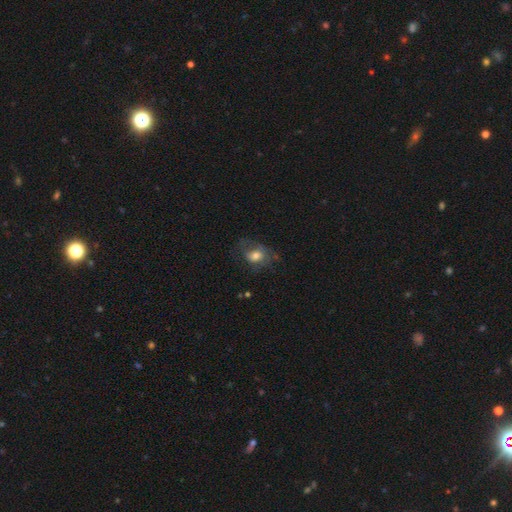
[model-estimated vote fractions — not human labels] A smooth galaxy with no disk features (59%) that is in between round and cigar-shaped (60%).

Vote fractions:
- Smooth or featured? smooth: 59% / featured or disk: 31% / star or artifact: 10%
- How rounded? in between: 60% / round: 39% / cigar-shaped: 1%
- Merging? none: 46% / major disturbance: 27% / minor disturbance: 25% / merger: 2%